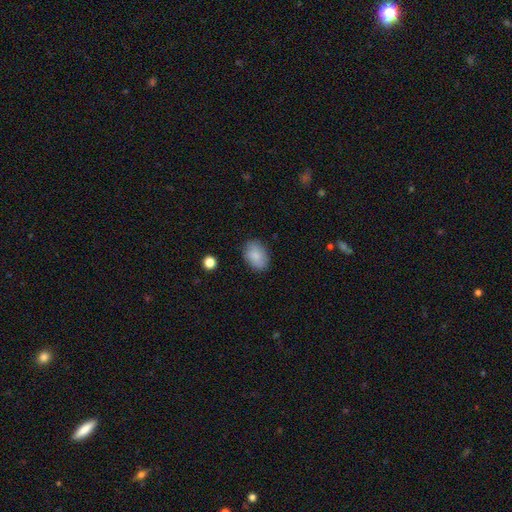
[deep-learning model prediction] smooth_or_featured: smooth (p=0.85) [alt: featured or disk p=0.08]
how_rounded: in between (p=0.80) [alt: round p=0.19]
merging: none (p=0.83) [alt: minor disturbance p=0.12]